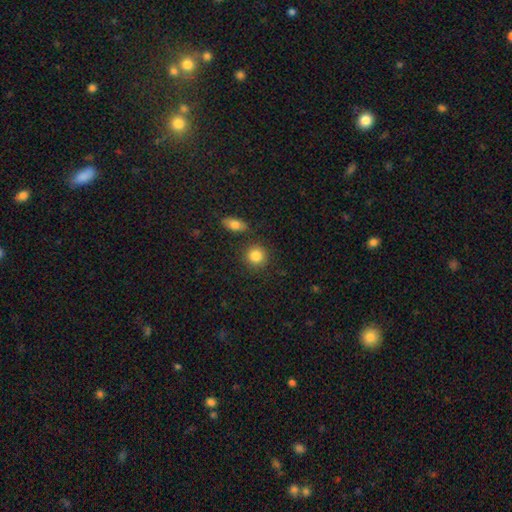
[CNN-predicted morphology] This appears to be a smooth galaxy with no disk features (86%) that is round (87%). Merging: none (83%).